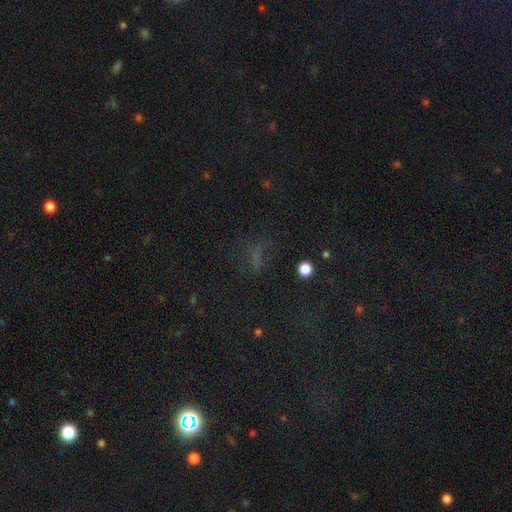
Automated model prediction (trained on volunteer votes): Smooth or featured? Predicted: star or artifact (p=0.45).